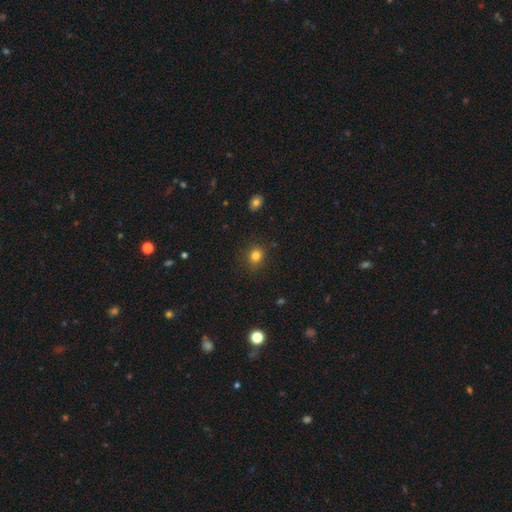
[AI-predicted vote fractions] smooth-or-featured: smooth: 80% | star or artifact: 14% | featured or disk: 6%
  how-rounded: round: 77% | in between: 22% | cigar-shaped: 1%
  merging: none: 84% | minor disturbance: 11% | major disturbance: 3% | merger: 2%